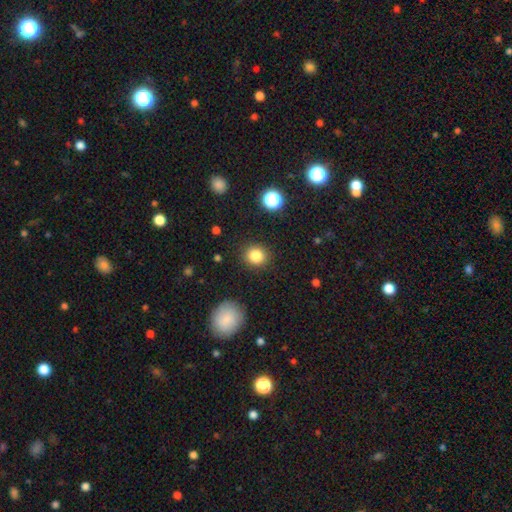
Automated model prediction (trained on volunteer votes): Overall: smooth (84%). How rounded: round (82%). Merging: none (89%).